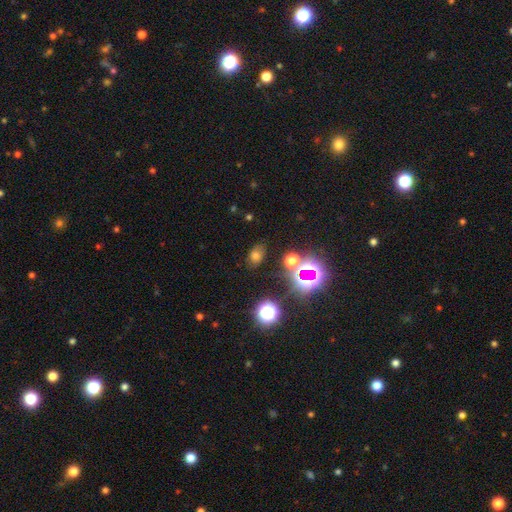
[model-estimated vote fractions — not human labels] smooth_or_featured: smooth (p=0.60) [alt: star or artifact p=0.30]
how_rounded: in between (p=0.71) [alt: round p=0.27]
merging: none (p=0.77) [alt: minor disturbance p=0.14]